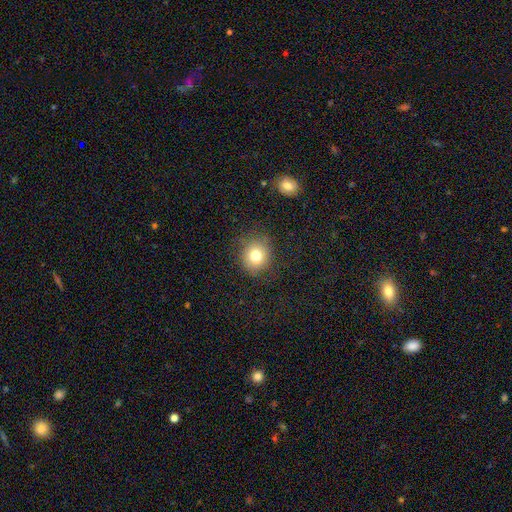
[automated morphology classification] smooth-or-featured: smooth: 77% | star or artifact: 13% | featured or disk: 11%
  how-rounded: round: 84% | in between: 15% | cigar-shaped: 1%
  merging: none: 83% | minor disturbance: 11% | major disturbance: 4% | merger: 1%